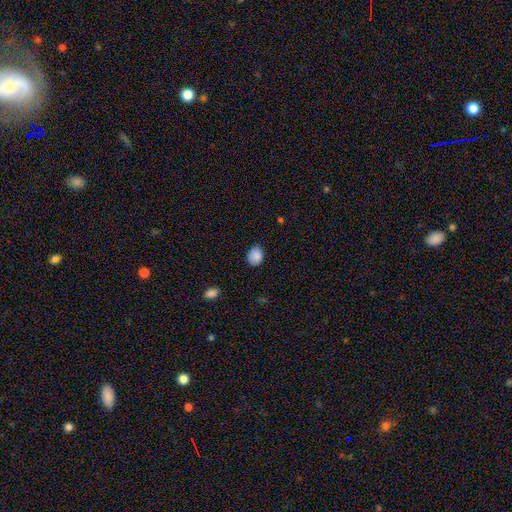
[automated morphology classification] A smooth galaxy with no disk features (88%) that is round (50%).

Vote fractions:
- Smooth or featured? smooth: 88% / star or artifact: 8% / featured or disk: 4%
- How rounded? round: 50% / in between: 49% / cigar-shaped: 1%
- Merging? none: 81% / minor disturbance: 16% / major disturbance: 3% / merger: 1%